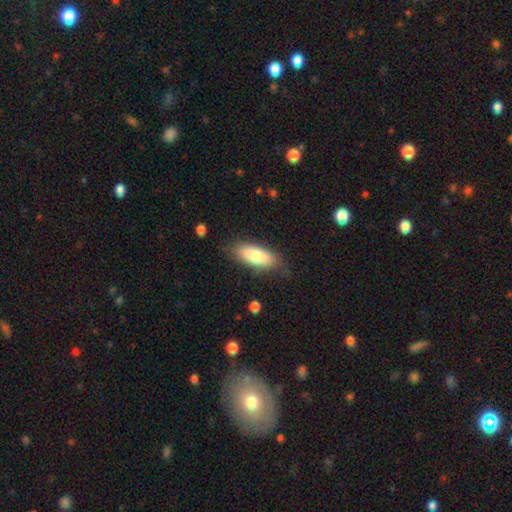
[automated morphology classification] type=smooth (78%); roundness=in between (76%); merging=none (82%).